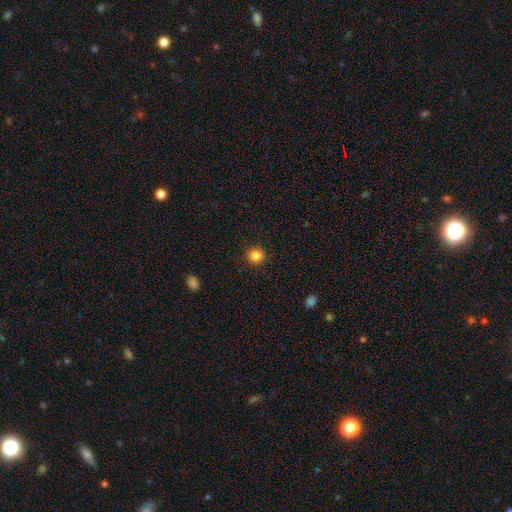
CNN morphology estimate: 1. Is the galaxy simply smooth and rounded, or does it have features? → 85% smooth, 11% star or artifact, 4% featured or disk.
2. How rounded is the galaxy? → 94% round, 5% in between, 1% cigar-shaped.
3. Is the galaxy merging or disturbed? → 92% none, 5% minor disturbance, 2% major disturbance, 1% merger.